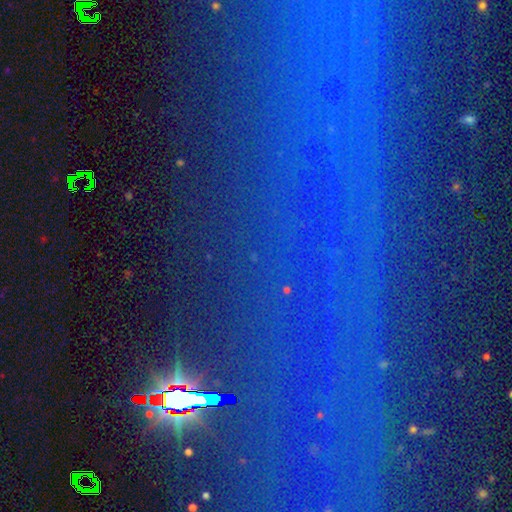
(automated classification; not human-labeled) star or artifact 82%, featured or disk 9%, smooth 9%.